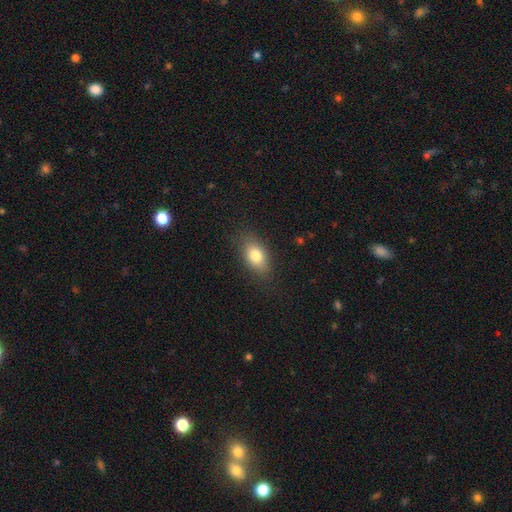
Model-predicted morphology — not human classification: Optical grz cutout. It shows a smooth galaxy with no disk features (79%) that is in between round and cigar-shaped (85%). Merging: none (82%).